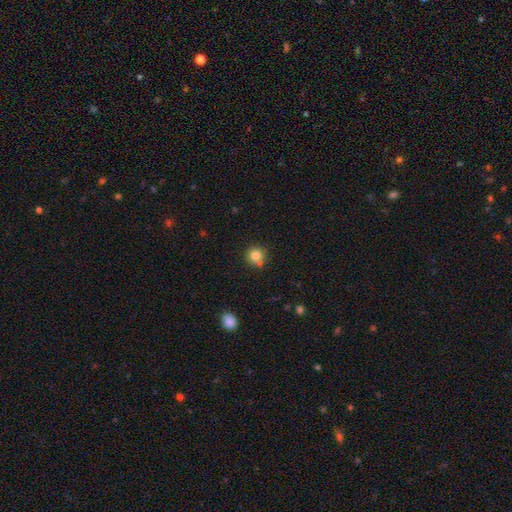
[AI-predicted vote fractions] A smooth galaxy with no disk features (81%) that is round (92%). Merging: none (69%).